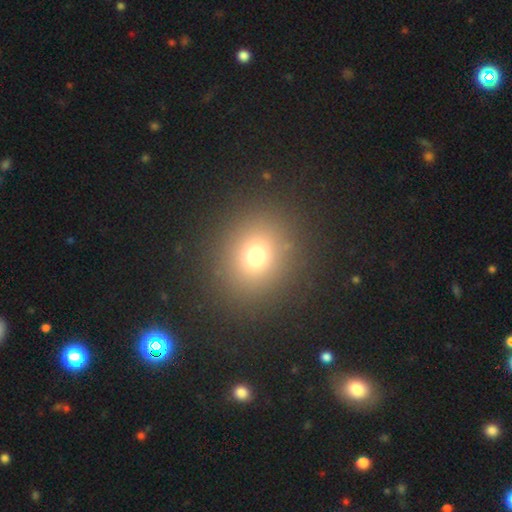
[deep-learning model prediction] Smooth or featured? Predicted: smooth (p=0.72). How rounded? Predicted: round (p=0.78). Merging? Predicted: none (p=0.88).